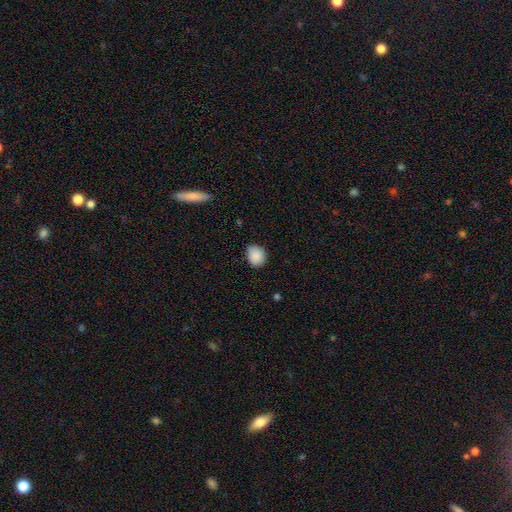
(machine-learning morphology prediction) Overall: smooth (89%). How rounded: round (55%; in between 44%). Merging: none (79%).